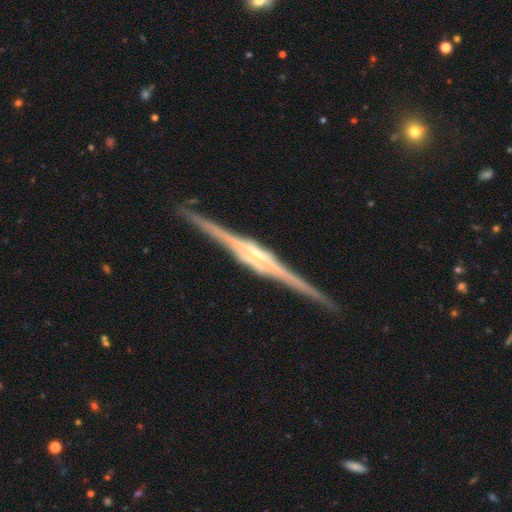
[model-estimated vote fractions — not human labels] A featured or disk galaxy (90%) viewed edge-on (98%) with a boxy central bulge (51%). Merging: none (90%).